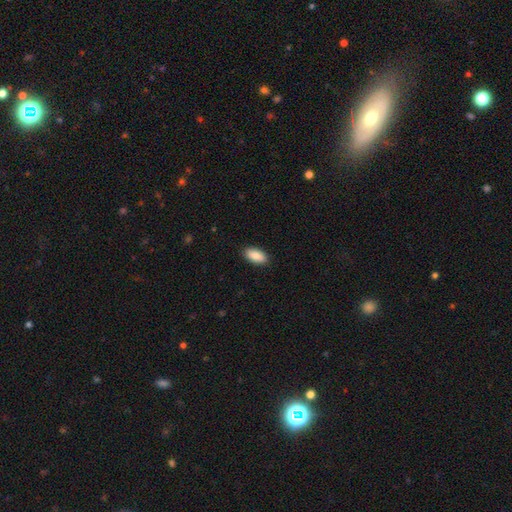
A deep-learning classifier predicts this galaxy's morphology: smooth-or-featured: smooth: 89% | star or artifact: 6% | featured or disk: 5%
  how-rounded: in between: 92% | cigar-shaped: 5% | round: 2%
  merging: none: 90% | minor disturbance: 8% | major disturbance: 2% | merger: 1%